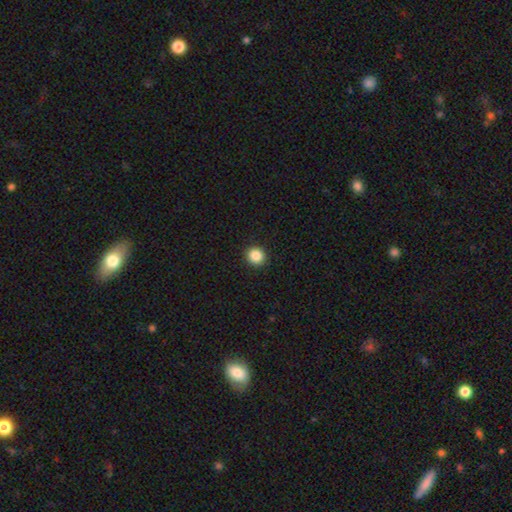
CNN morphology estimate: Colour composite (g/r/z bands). It shows a smooth galaxy with no disk features (86%) that is round (90%). Merging: none (93%).